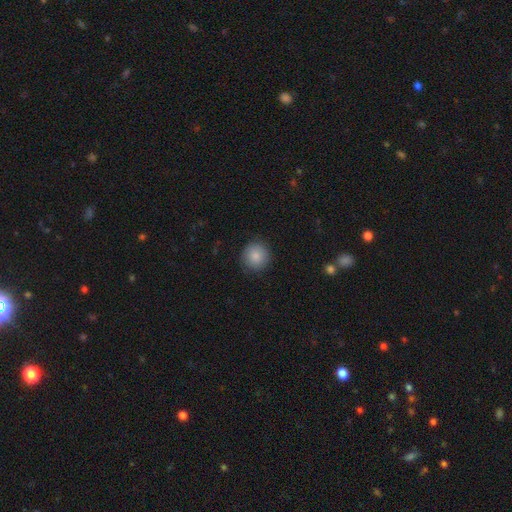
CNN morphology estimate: smooth_or_featured: smooth (p=0.86) [alt: star or artifact p=0.09]
how_rounded: round (p=0.94) [alt: in between p=0.05]
merging: none (p=0.90) [alt: minor disturbance p=0.07]